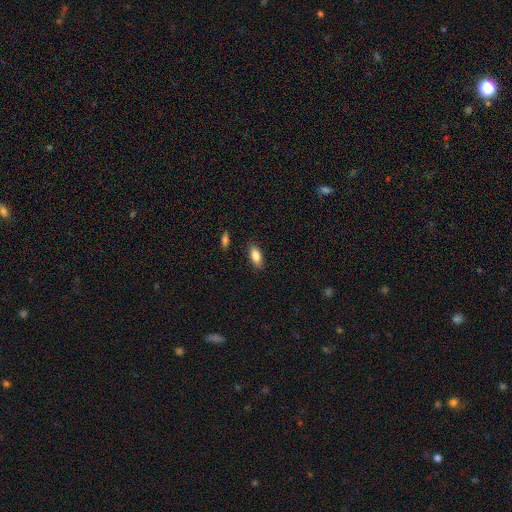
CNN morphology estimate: A smooth galaxy with no disk features (85%) that is in between round and cigar-shaped (86%).

Vote fractions:
- Smooth or featured? smooth: 85% / featured or disk: 8% / star or artifact: 7%
- How rounded? in between: 86% / cigar-shaped: 11% / round: 3%
- Merging? none: 86% / minor disturbance: 10% / major disturbance: 2% / merger: 2%